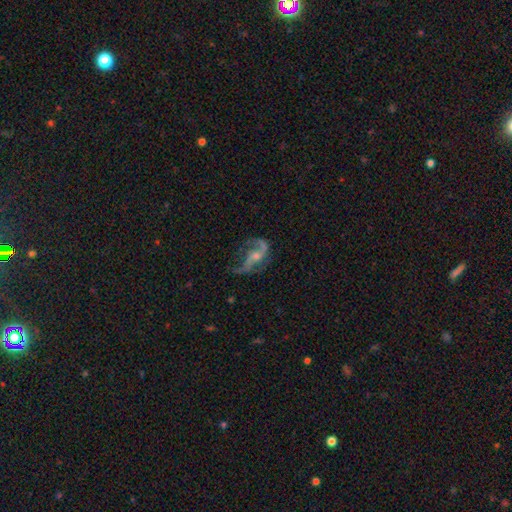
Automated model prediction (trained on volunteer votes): smooth_or_featured: featured or disk (p=0.81) [alt: smooth p=0.10]
disk_edge_on: no (p=0.94) [alt: yes p=0.06]
bar: no (p=0.45) [alt: weak p=0.33]
has_spiral_arms: yes (p=0.87) [alt: no p=0.13]
spiral_winding: loose (p=0.65) [alt: medium p=0.27]
spiral_arm_count: 2 (p=0.78) [alt: 1 p=0.10]
bulge_size: small (p=0.50) [alt: moderate p=0.42]
merging: none (p=0.47) [alt: major disturbance p=0.30]